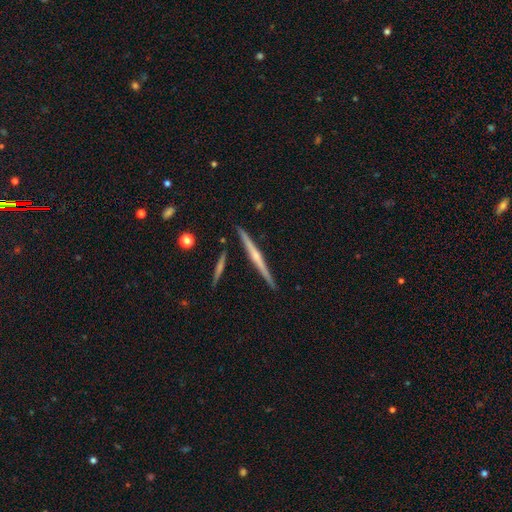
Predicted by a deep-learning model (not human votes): smooth-or-featured: featured or disk: 76% | smooth: 18% | star or artifact: 6%
  disk-edge-on: yes: 98% | no: 2%
    edge-on-bulge: rounded: 62% | none: 31% | boxy: 7%
  merging: none: 91% | minor disturbance: 6% | merger: 2% | major disturbance: 1%